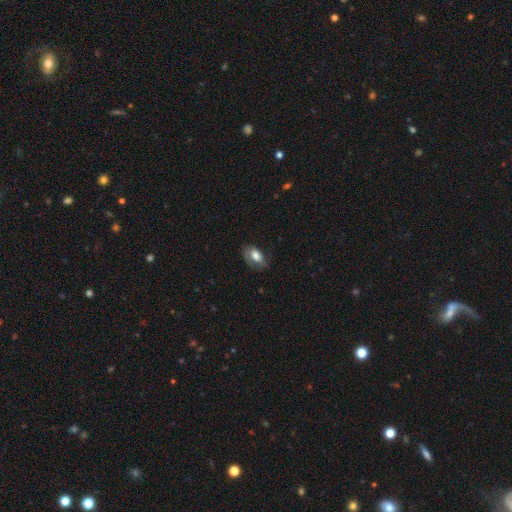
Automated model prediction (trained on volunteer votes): The model was most divided on "merging": none: 62%, minor disturbance: 25%, major disturbance: 12%, merger: 1%. More confident: how rounded — in between (90%); smooth or featured — smooth (68%).